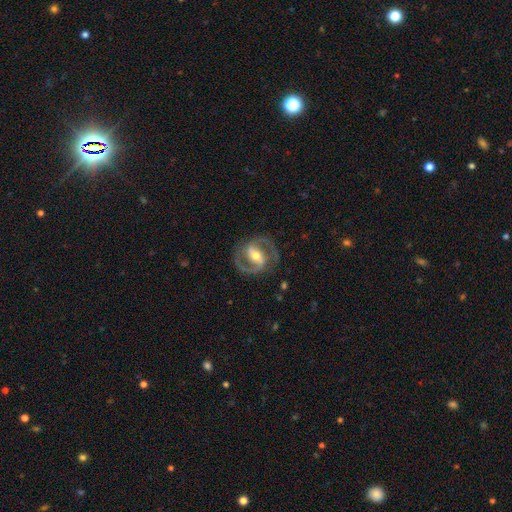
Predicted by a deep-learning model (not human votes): This is clearly a featured or disk galaxy (91%). It is clearly not viewed edge-on (97%). Bar: possibly strong (50%). Spiral arm pattern: clearly yes (96%). Spiral arm count: clearly 2 (93%). Spiral winding: likely medium (63%). Central bulge: likely moderate (68%). Merging: clearly none (84%).